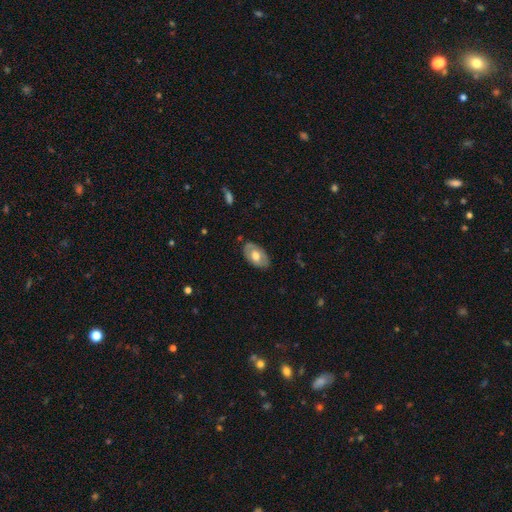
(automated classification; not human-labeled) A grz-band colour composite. It shows a smooth galaxy with no disk features (54%) that is in between round and cigar-shaped (91%). Merging: none (80%).